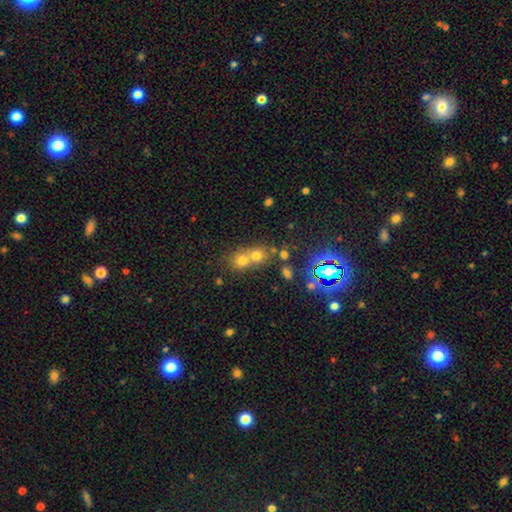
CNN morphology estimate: Smooth or featured? smooth (47%)
Merging? merger (50%)